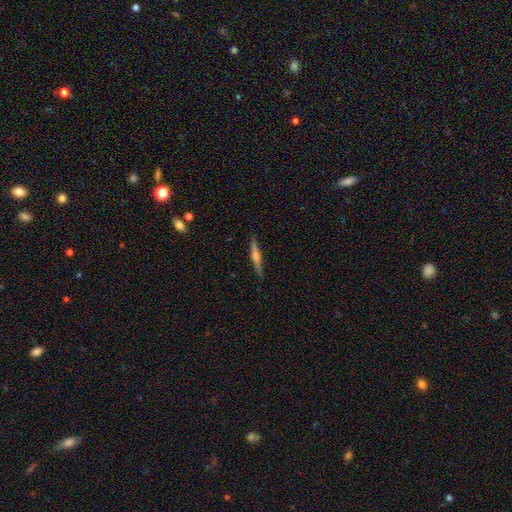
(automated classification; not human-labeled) A featured or disk galaxy (61%) viewed edge-on (97%) with a rounded central bulge (87%).

Vote fractions:
- Smooth or featured? featured or disk: 61% / smooth: 32% / star or artifact: 6%
- Edge-on disk? yes: 97% / no: 3%
- Edge-on bulge? rounded: 87% / none: 7% / boxy: 6%
- Merging? none: 89% / minor disturbance: 8% / major disturbance: 2% / merger: 1%